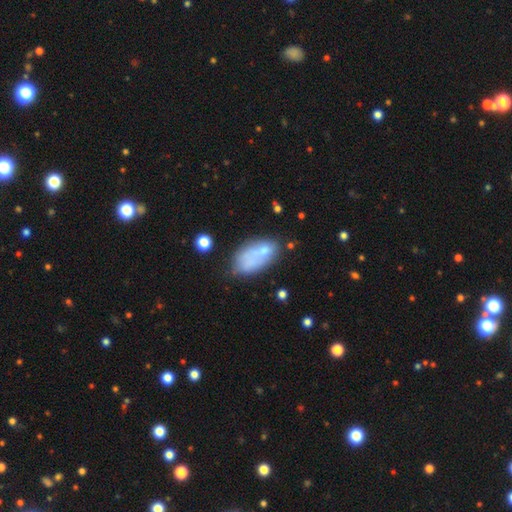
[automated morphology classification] smooth_or_featured: smooth (p=0.67) [alt: featured or disk p=0.24]
how_rounded: in between (p=0.91) [alt: round p=0.04]
merging: none (p=0.47) [alt: minor disturbance p=0.25]